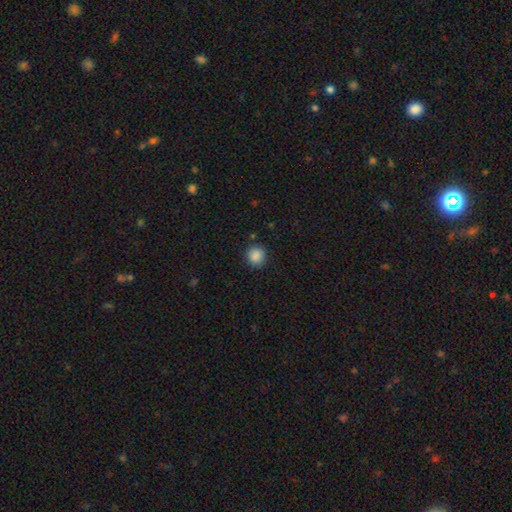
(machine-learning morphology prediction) smooth 88%, star or artifact 9%, featured or disk 3%. Down the decision tree: how rounded — round (91%); merging — none (90%).